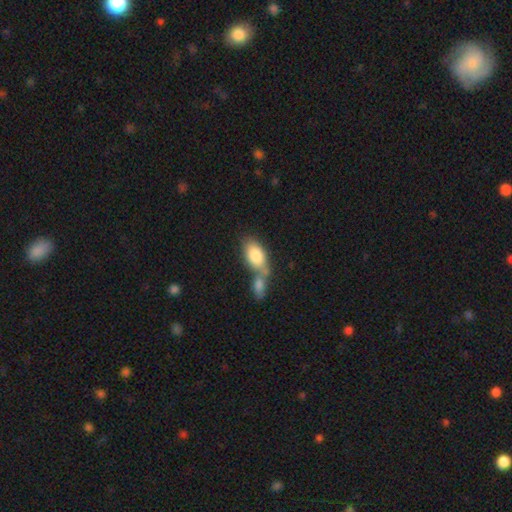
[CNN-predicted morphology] The model was most divided on "merging": merger: 54%, none: 31%, minor disturbance: 11%, major disturbance: 5%. More confident: how rounded — in between (91%); smooth or featured — smooth (80%).